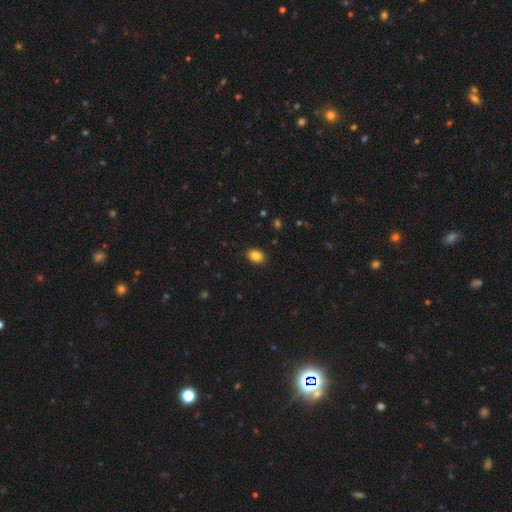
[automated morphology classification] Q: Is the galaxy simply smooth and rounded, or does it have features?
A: smooth — 87%.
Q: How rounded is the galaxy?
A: in between — 70%.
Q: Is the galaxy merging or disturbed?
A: none — 89%.